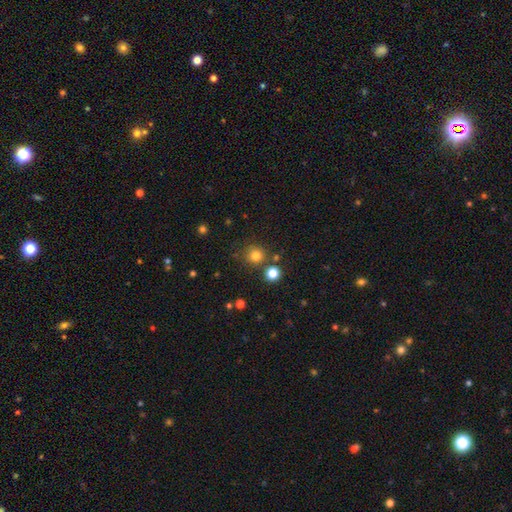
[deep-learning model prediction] Smooth or featured: smooth — 79% (star or artifact — 15%)
How rounded: round — 92% (in between — 7%)
Merging: none — 79% (merger — 9%)